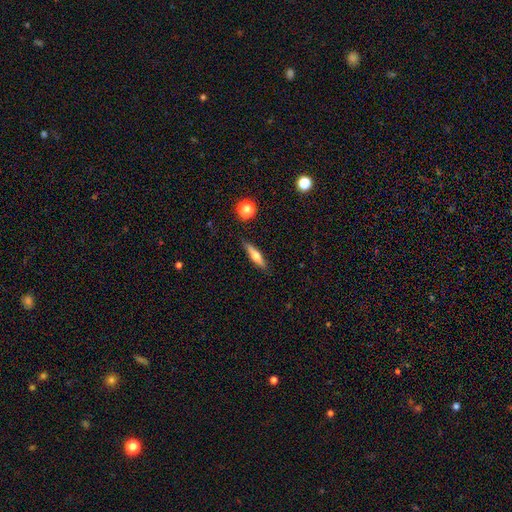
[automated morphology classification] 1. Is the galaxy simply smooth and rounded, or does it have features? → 49% smooth, 44% featured or disk, 7% star or artifact.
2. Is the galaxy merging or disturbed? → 86% none, 10% minor disturbance, 2% major disturbance, 2% merger.